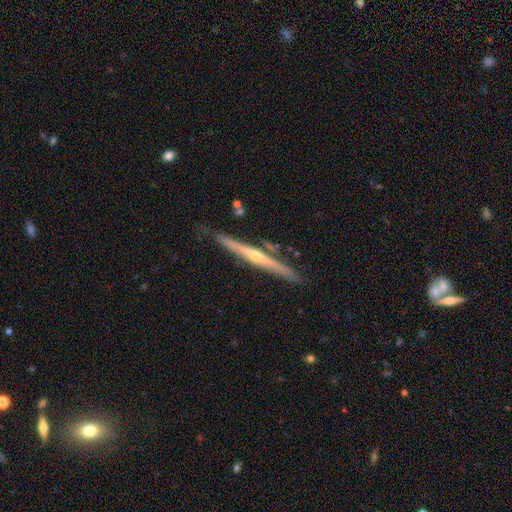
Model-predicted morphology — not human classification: type=featured or disk (80%); edge-on=yes (98%); edge-on bulge=rounded (82%); merging=none (84%).